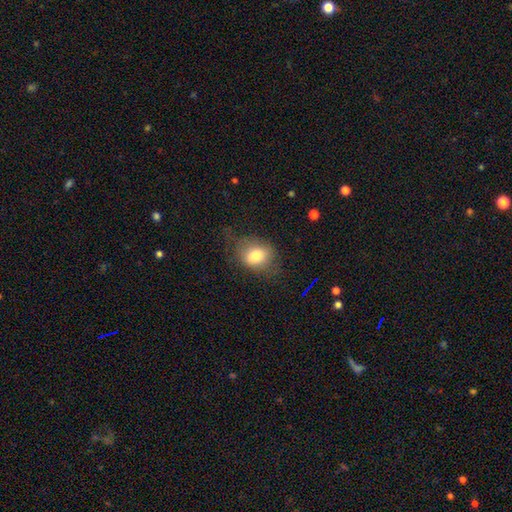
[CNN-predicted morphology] type=smooth (77%); roundness=in between (53%); merging=none (55%).